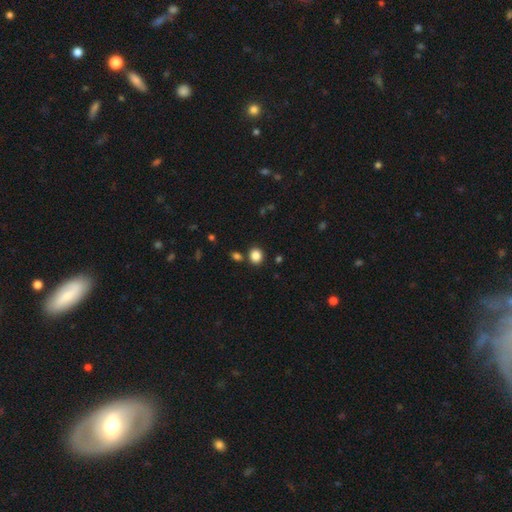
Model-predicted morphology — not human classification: Q: Smooth or featured?
A: smooth (86%); runner-up: star or artifact (11%)
Q: How rounded?
A: round (72%); runner-up: in between (27%)
Q: Merging?
A: none (81%); runner-up: minor disturbance (8%)